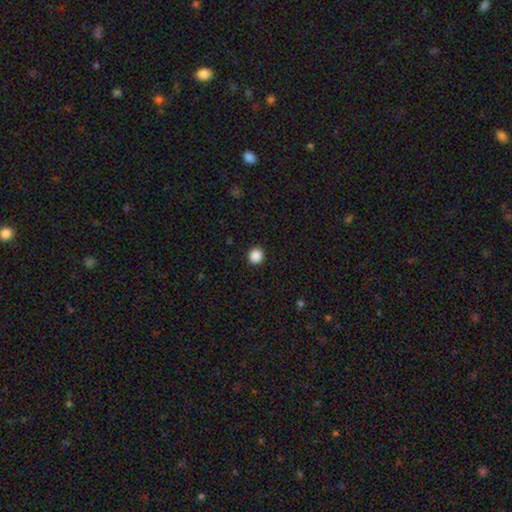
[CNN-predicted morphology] smooth_or_featured: smooth (p=0.88) [alt: star or artifact p=0.10]
how_rounded: round (p=0.90) [alt: in between p=0.09]
merging: none (p=0.93) [alt: minor disturbance p=0.05]